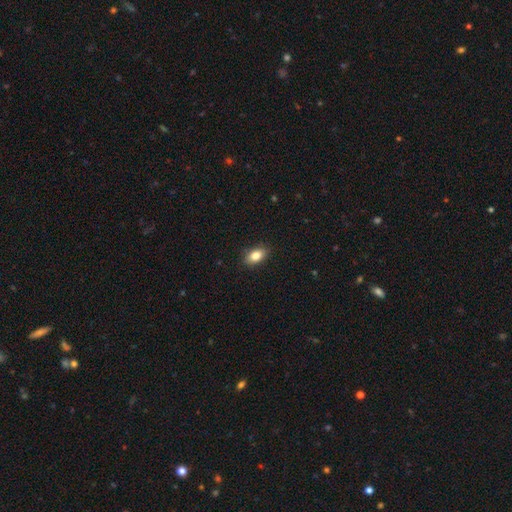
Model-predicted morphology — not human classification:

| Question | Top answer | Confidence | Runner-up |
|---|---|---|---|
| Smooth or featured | smooth | 83% | featured or disk (9%) |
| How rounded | in between | 88% | round (9%) |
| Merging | none | 88% | minor disturbance (9%) |